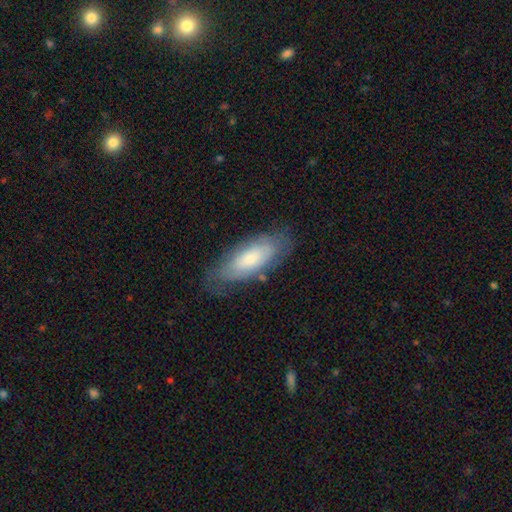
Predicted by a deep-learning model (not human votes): Smooth or featured? Predicted: smooth (p=0.57). How rounded? Predicted: in between (p=0.76). Merging? Predicted: none (p=0.75).